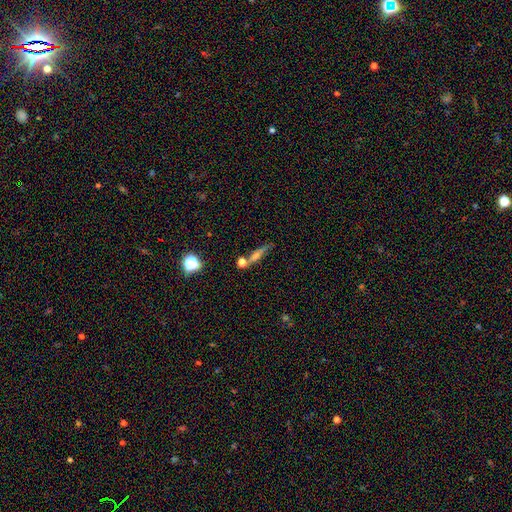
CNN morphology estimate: This is marginally a featured or disk galaxy (45%). Merging: likely none (65%).